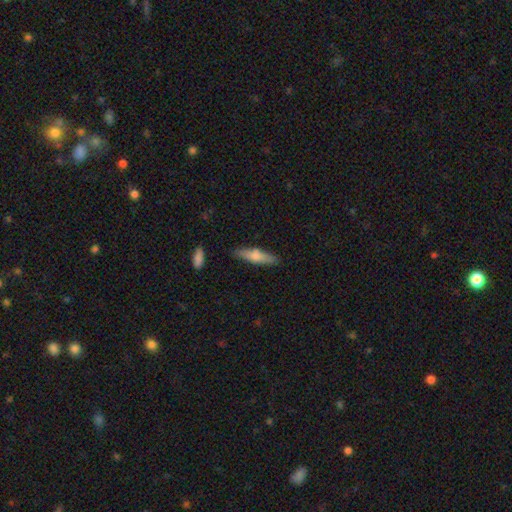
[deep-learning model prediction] This is likely a smooth galaxy (64%). How rounded: likely cigar-shaped (72%). Merging: clearly none (83%).